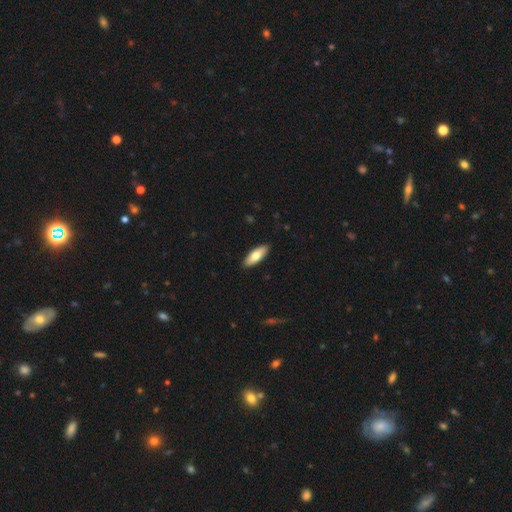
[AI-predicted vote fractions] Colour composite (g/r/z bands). It shows a smooth galaxy with no disk features (77%) that is in between round and cigar-shaped (67%). Merging: none (90%).